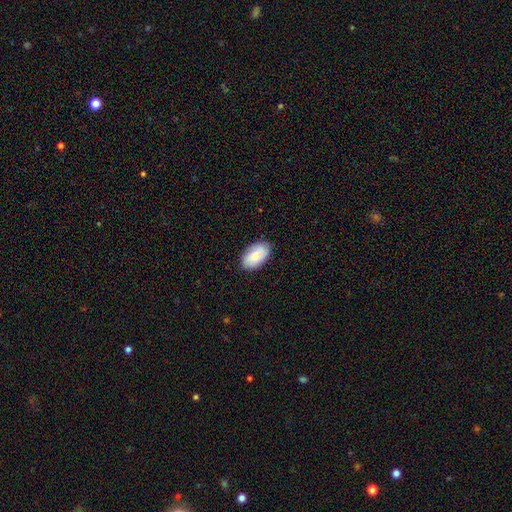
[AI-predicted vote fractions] Morphology: type=smooth (77%); roundness=in between (94%); merging=none (86%).